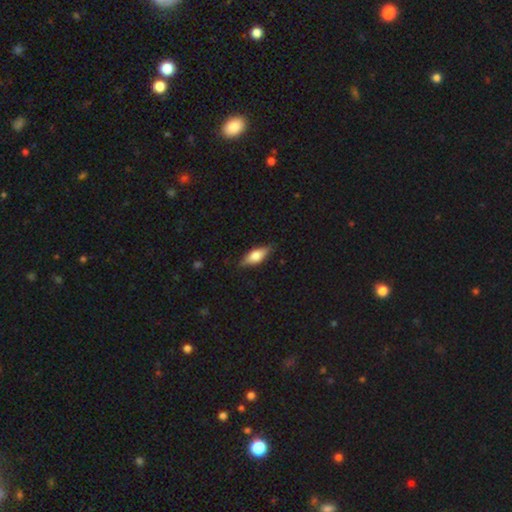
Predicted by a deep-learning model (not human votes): This appears to be a smooth galaxy with no disk features (58%) that is in between round and cigar-shaped (71%). Merging: none (83%).